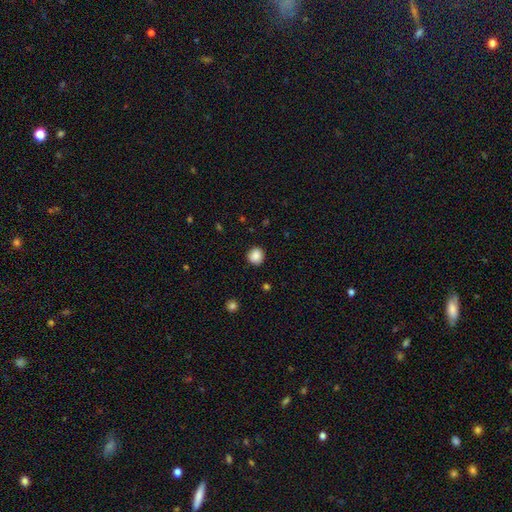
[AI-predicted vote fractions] smooth-or-featured: smooth: 88% | star or artifact: 9% | featured or disk: 3%
  how-rounded: round: 89% | in between: 10% | cigar-shaped: 1%
  merging: none: 89% | minor disturbance: 7% | major disturbance: 2% | merger: 1%